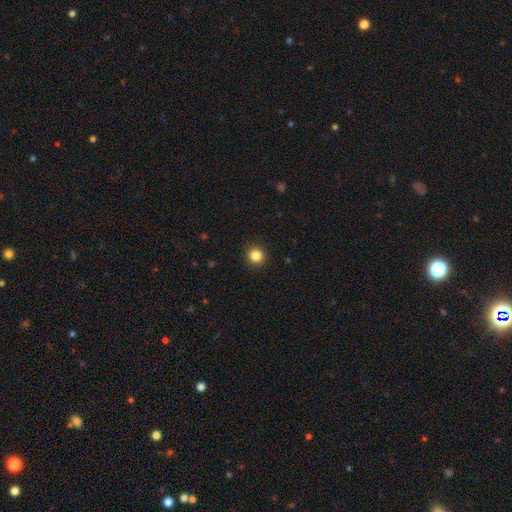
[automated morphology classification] A smooth galaxy with no disk features (84%) that is round (95%).

Vote fractions:
- Smooth or featured? smooth: 84% / star or artifact: 11% / featured or disk: 4%
- How rounded? round: 95% / in between: 4% / cigar-shaped: 1%
- Merging? none: 93% / minor disturbance: 4% / major disturbance: 2% / merger: 1%